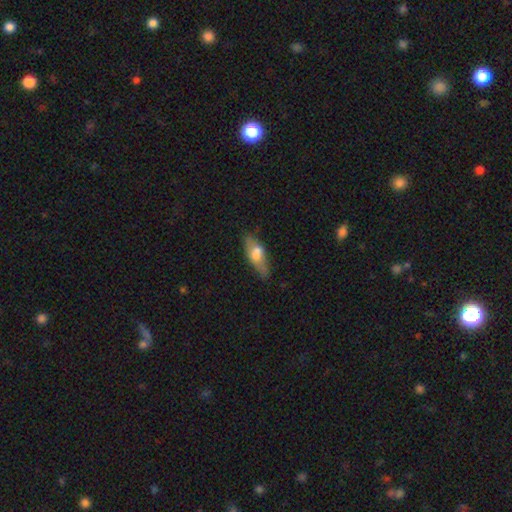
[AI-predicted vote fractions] The model was most divided on "smooth or featured": smooth: 52%, featured or disk: 40%, star or artifact: 8%. More confident: merging — none (63%); how rounded — in between (56%).